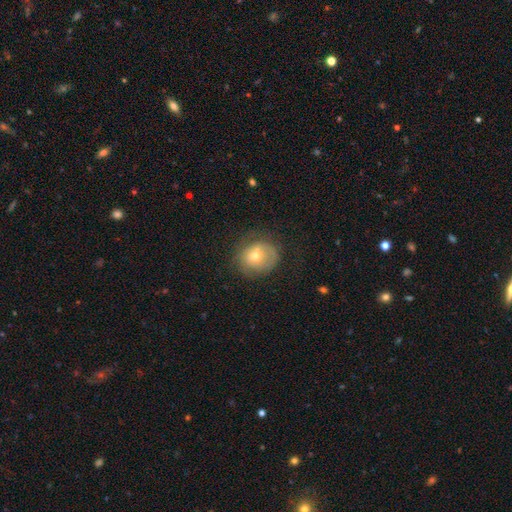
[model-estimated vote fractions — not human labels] Smooth or featured? smooth (50%)
How rounded? round (75%)
Merging? none (69%)